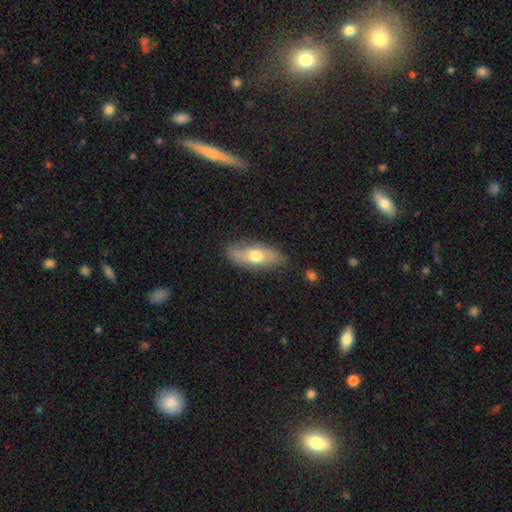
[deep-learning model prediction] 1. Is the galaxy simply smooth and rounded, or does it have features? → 55% smooth, 39% featured or disk, 6% star or artifact.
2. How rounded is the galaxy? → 76% in between, 20% cigar-shaped, 4% round.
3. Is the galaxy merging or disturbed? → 78% none, 17% minor disturbance, 3% major disturbance, 2% merger.